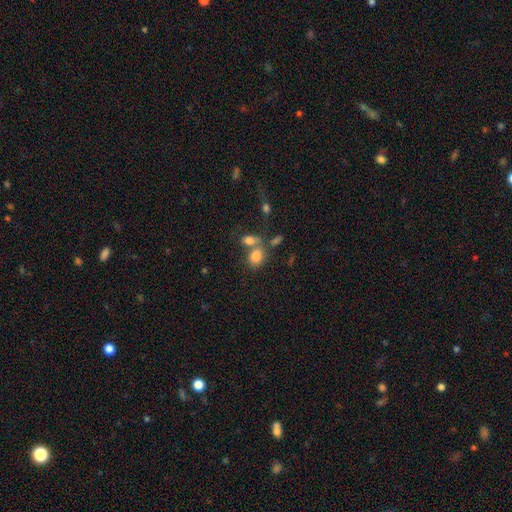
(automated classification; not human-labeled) Q: Smooth or featured?
A: smooth (80%); runner-up: star or artifact (11%)
Q: How rounded?
A: in between (66%); runner-up: round (32%)
Q: Merging?
A: merger (42%); runner-up: none (41%)